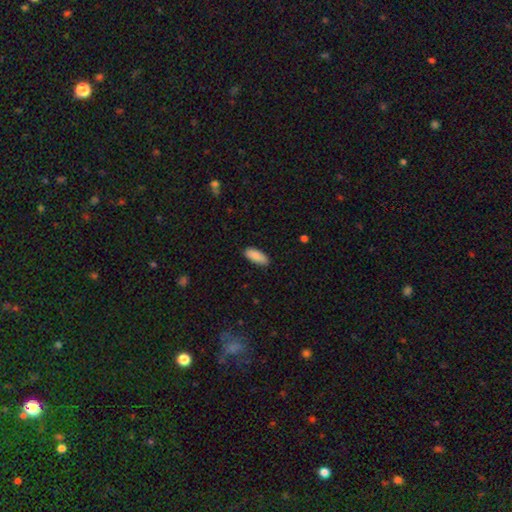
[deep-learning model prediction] Smooth or featured: smooth — 87% (featured or disk — 7%)
How rounded: in between — 83% (cigar-shaped — 15%)
Merging: none — 86% (minor disturbance — 11%)